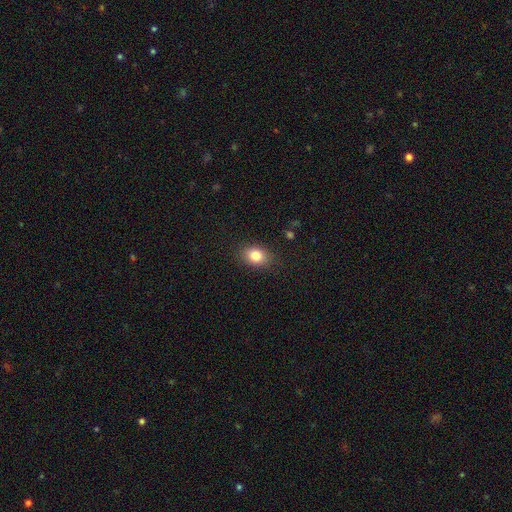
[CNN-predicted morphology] Smooth or featured?
  - smooth: 82% *
  - star or artifact: 10%
  - featured or disk: 8%
How rounded?
  - in between: 66% *
  - round: 32%
  - cigar-shaped: 1%
Merging?
  - none: 86% *
  - minor disturbance: 10%
  - major disturbance: 3%
  - merger: 1%